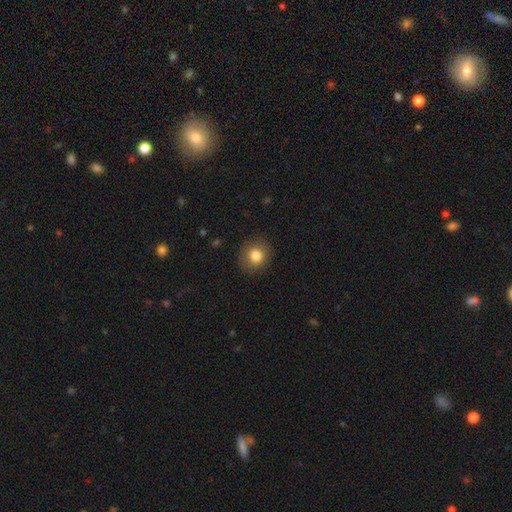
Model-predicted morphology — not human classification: Overall: smooth (81%). How rounded: round (84%). Merging: none (87%).